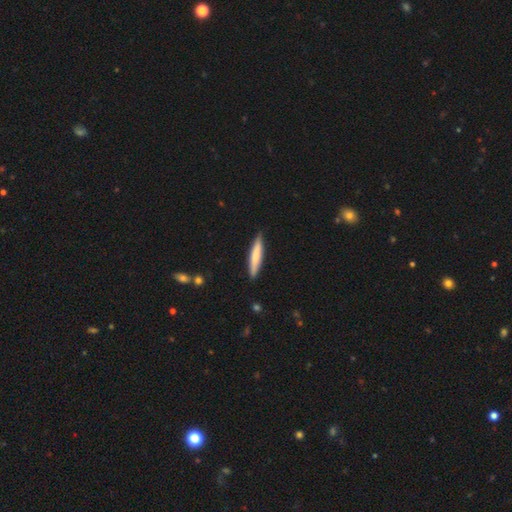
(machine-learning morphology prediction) smooth-or-featured: smooth: 70% | featured or disk: 25% | star or artifact: 5%
  how-rounded: cigar-shaped: 91% | in between: 8% | round: 1%
  merging: none: 87% | minor disturbance: 10% | major disturbance: 2% | merger: 1%